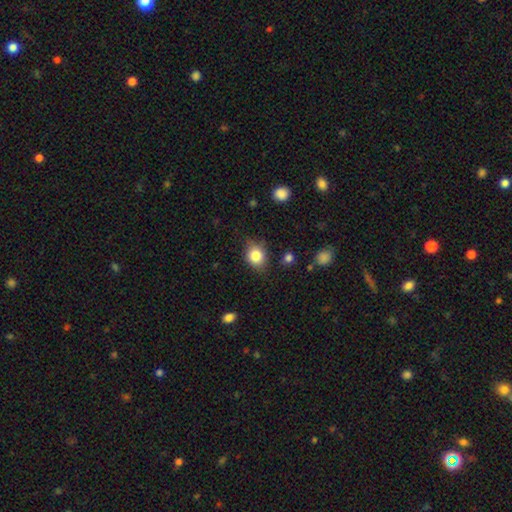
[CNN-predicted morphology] This appears to be a smooth galaxy with no disk features (82%) that is round (57%). Merging: none (73%).